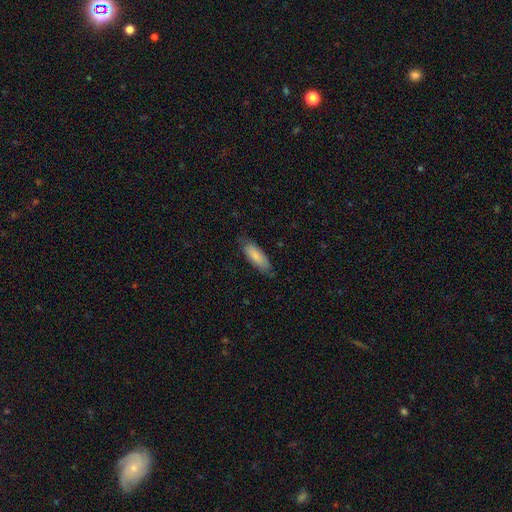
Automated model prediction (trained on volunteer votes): Overall: smooth (84%). How rounded: in between (62%; cigar-shaped 36%). Merging: none (78%).